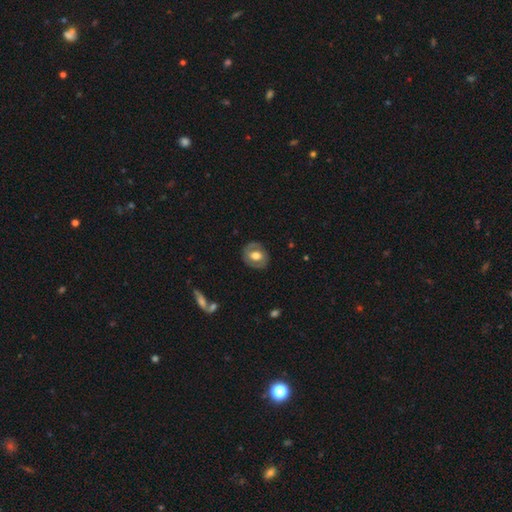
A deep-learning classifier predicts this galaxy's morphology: featured or disk 47%, smooth 46%, star or artifact 6%. Down the decision tree: merging — none (81%).